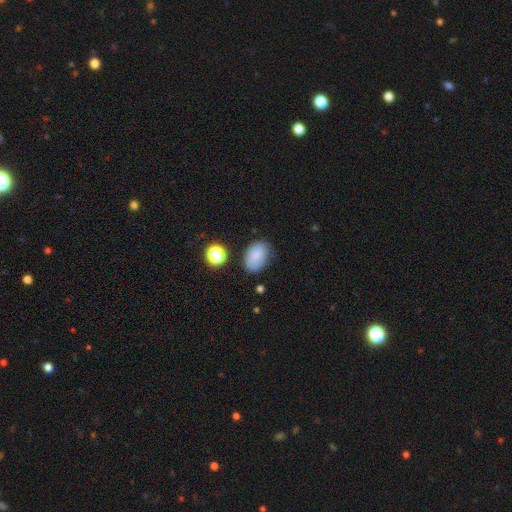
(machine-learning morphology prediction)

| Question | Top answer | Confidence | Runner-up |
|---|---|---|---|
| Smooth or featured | smooth | 80% | star or artifact (11%) |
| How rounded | in between | 84% | round (15%) |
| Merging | none | 69% | minor disturbance (22%) |